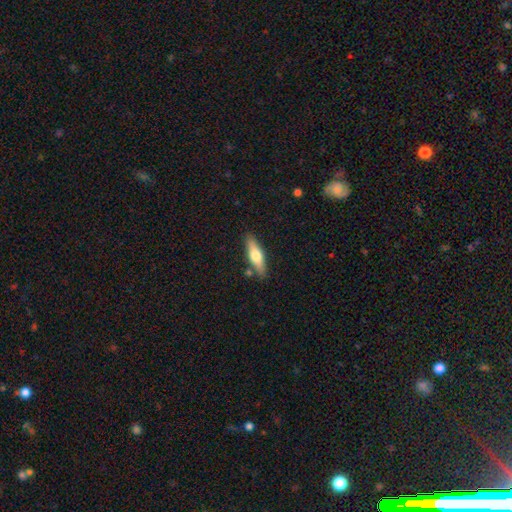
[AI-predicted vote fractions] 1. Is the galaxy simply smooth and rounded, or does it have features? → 58% smooth, 36% featured or disk, 6% star or artifact.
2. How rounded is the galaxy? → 59% cigar-shaped, 39% in between, 2% round.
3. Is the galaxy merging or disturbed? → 83% none, 11% minor disturbance, 4% merger, 2% major disturbance.